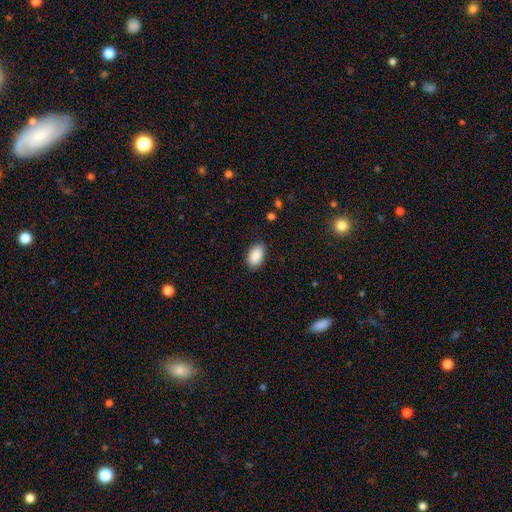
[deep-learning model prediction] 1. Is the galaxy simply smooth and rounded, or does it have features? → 90% smooth, 6% star or artifact, 4% featured or disk.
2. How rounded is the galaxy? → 94% in between, 5% round, 1% cigar-shaped.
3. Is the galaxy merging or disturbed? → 87% none, 10% minor disturbance, 2% major disturbance, 1% merger.